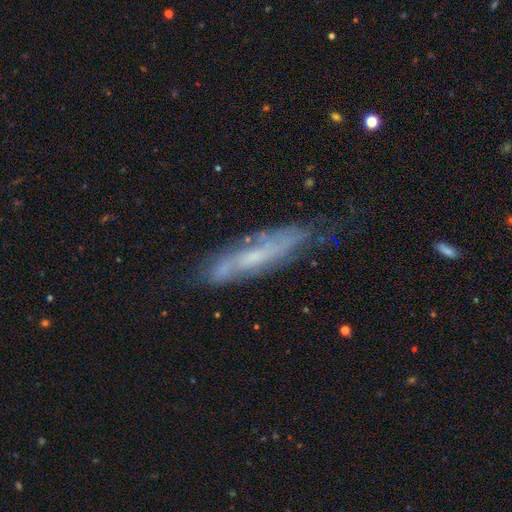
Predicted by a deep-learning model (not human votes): Morphology: type=featured or disk (65%); edge-on=no (58%); merging=none (66%).